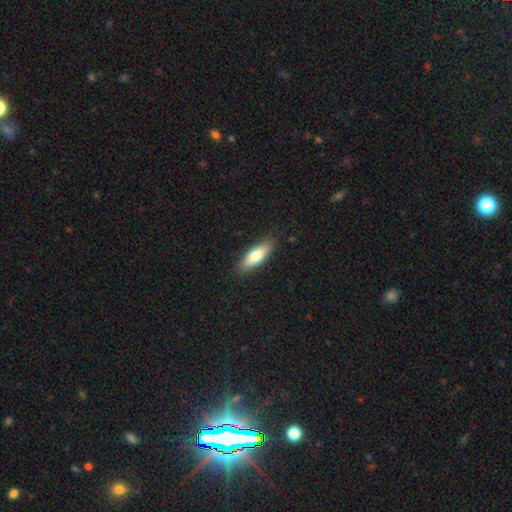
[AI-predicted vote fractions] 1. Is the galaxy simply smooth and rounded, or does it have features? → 74% smooth, 20% featured or disk, 6% star or artifact.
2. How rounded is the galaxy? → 54% in between, 44% cigar-shaped, 2% round.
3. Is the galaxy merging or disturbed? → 87% none, 10% minor disturbance, 2% major disturbance, 1% merger.